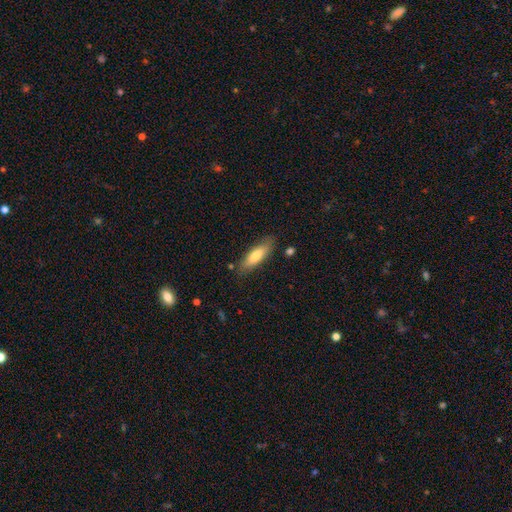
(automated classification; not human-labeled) A smooth galaxy with no disk features (73%) that is cigar-shaped (49%, tied with in between).

Vote fractions:
- Smooth or featured? smooth: 73% / featured or disk: 21% / star or artifact: 6%
- How rounded? cigar-shaped: 49% (tied) / in between: 49% (tied) / round: 2%
- Merging? none: 80% / minor disturbance: 14% / major disturbance: 3% / merger: 2%